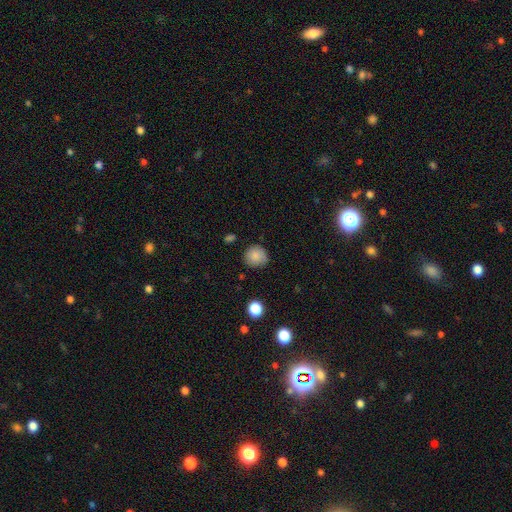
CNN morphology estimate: smooth 85%, star or artifact 9%, featured or disk 6%. Down the decision tree: how rounded — round (89%); merging — none (79%).